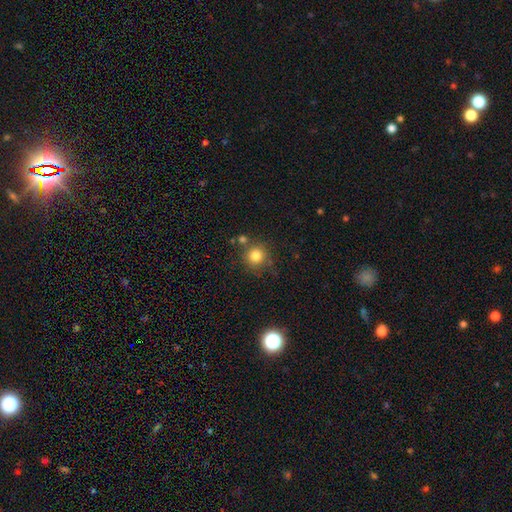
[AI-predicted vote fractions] smooth_or_featured: smooth (p=0.82) [alt: star or artifact p=0.12]
how_rounded: round (p=0.93) [alt: in between p=0.06]
merging: none (p=0.74) [alt: merger p=0.11]